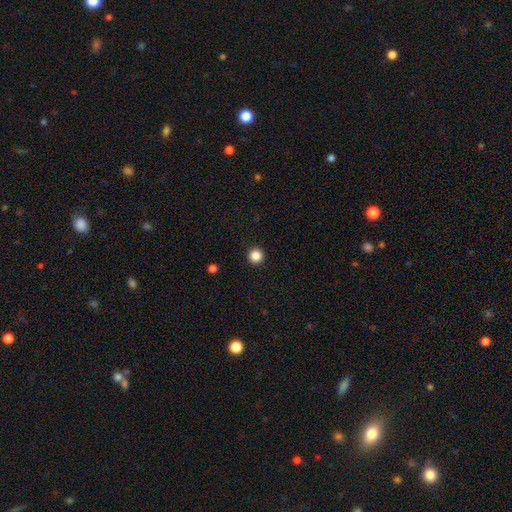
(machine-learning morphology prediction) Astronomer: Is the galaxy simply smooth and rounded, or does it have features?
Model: smooth — 86%.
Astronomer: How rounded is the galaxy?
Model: round — 96%.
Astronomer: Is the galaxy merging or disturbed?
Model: none — 93%.